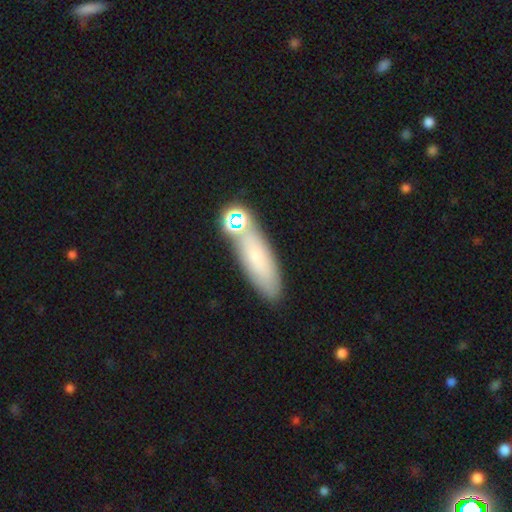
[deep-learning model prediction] A smooth galaxy with no disk features (65%) that is in between round and cigar-shaped (53%). Merging: none (67%).